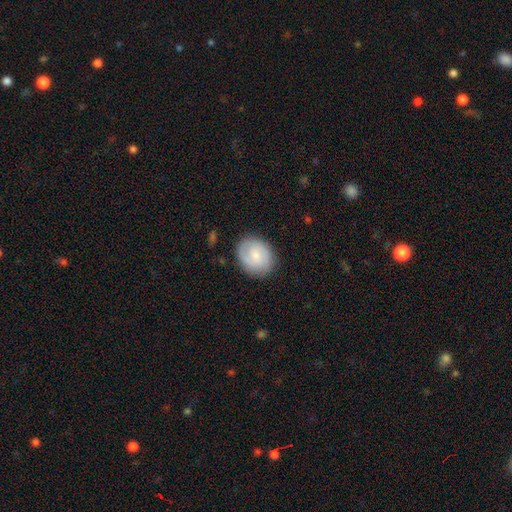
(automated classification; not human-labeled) The model was most divided on "how rounded": round: 56%, in between: 43%, cigar-shaped: 1%. More confident: merging — none (82%); smooth or featured — smooth (66%).